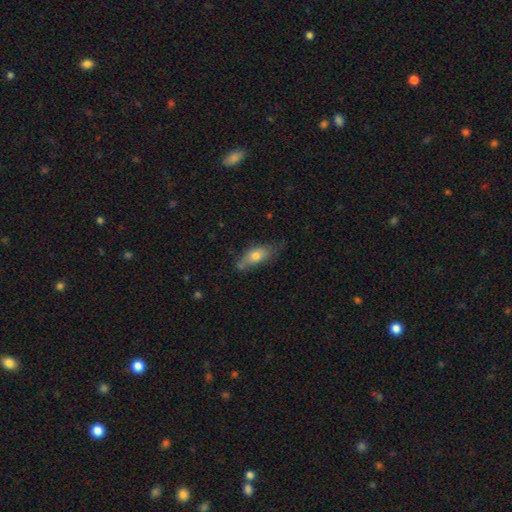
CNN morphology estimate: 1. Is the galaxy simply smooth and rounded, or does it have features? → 70% smooth, 23% featured or disk, 7% star or artifact.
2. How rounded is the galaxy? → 74% in between, 22% cigar-shaped, 4% round.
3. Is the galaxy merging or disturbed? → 56% none, 30% minor disturbance, 8% major disturbance, 5% merger.